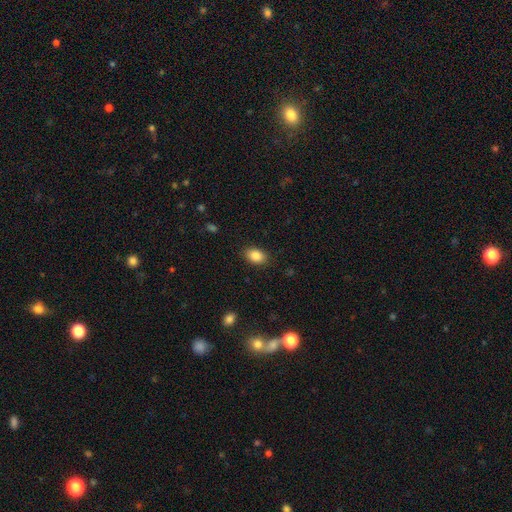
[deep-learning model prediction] A smooth galaxy with no disk features (86%) that is in between round and cigar-shaped (84%). Merging: none (87%).